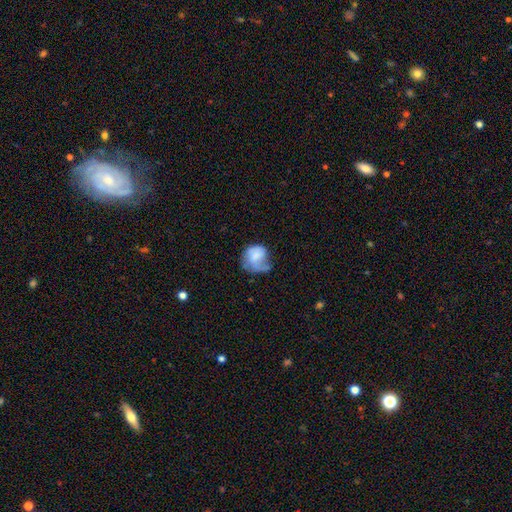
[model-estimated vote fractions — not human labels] Smooth or featured?
  - smooth: 57% *
  - featured or disk: 35%
  - star or artifact: 7%
How rounded?
  - round: 64% *
  - in between: 35%
  - cigar-shaped: 1%
Merging?
  - major disturbance: 38% *
  - minor disturbance: 29%
  - none: 29%
  - merger: 4%